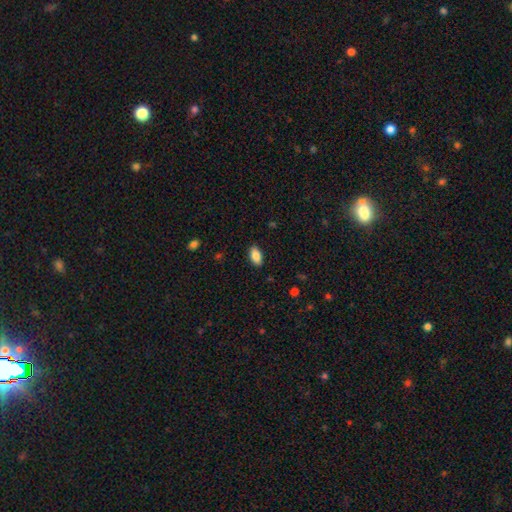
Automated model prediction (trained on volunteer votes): smooth_or_featured: smooth (p=0.86) [alt: star or artifact p=0.07]
how_rounded: in between (p=0.92) [alt: cigar-shaped p=0.04]
merging: none (p=0.88) [alt: minor disturbance p=0.09]